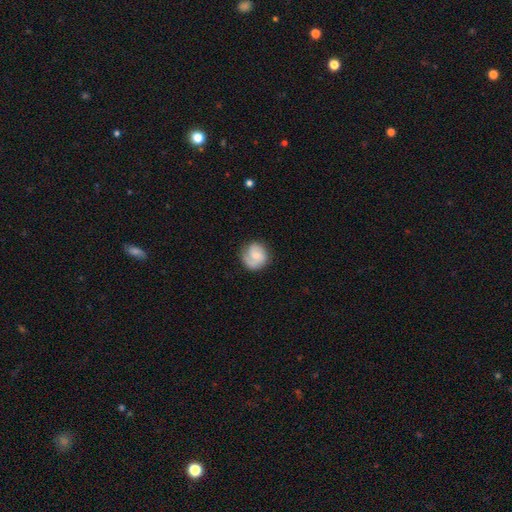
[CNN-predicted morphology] Q: Smooth or featured?
A: featured or disk (52%); runner-up: smooth (41%)
Q: Edge-on disk?
A: no (98%); runner-up: yes (2%)
Q: Bar?
A: no (59%); runner-up: weak (36%)
Q: Spiral arms?
A: yes (89%); runner-up: no (11%)
Q: Bulge size?
A: small (47%); runner-up: moderate (34%)
Q: Merging?
A: none (72%); runner-up: minor disturbance (18%)